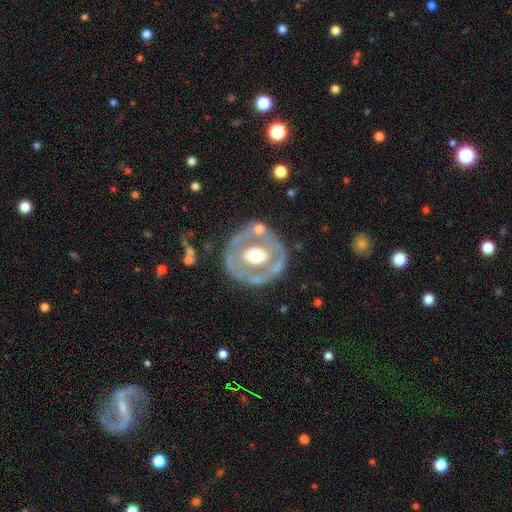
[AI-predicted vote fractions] This appears to be a featured or disk galaxy (66%) with no bar (59%), no spiral arms (80%) and a moderate central bulge (65%). Merging: none (68%).